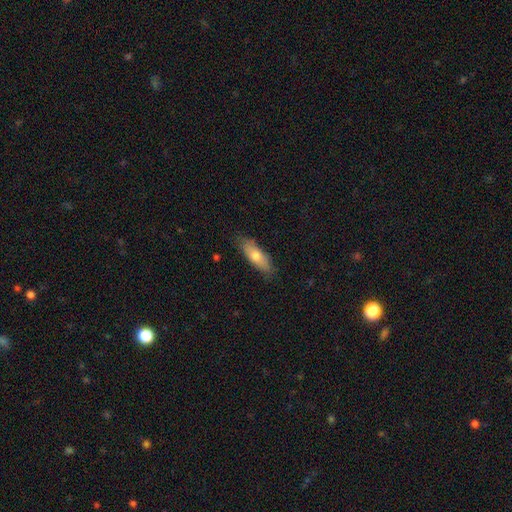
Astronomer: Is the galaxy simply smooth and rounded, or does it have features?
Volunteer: smooth — 79%.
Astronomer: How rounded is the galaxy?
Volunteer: in between — 67%.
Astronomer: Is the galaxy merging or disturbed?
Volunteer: none — 75%.